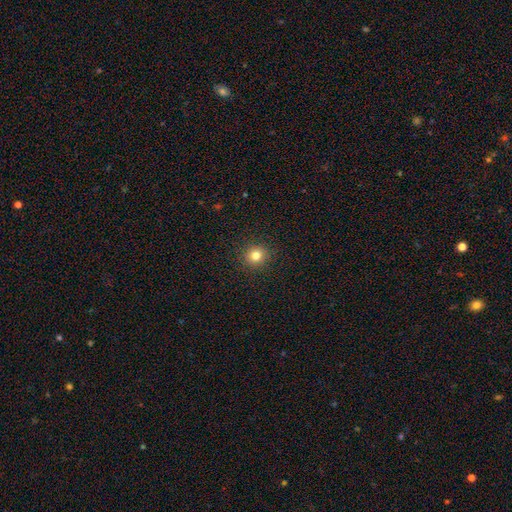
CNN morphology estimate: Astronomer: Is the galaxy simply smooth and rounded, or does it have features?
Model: smooth — 81%.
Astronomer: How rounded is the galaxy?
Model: round — 91%.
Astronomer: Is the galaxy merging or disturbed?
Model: none — 92%.